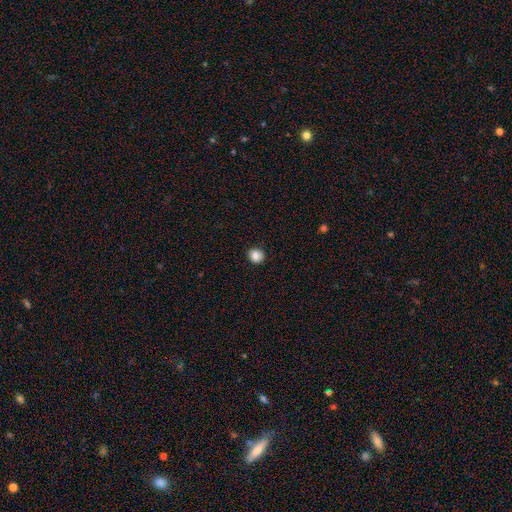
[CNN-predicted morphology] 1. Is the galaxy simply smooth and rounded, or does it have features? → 86% smooth, 10% star or artifact, 4% featured or disk.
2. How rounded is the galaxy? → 81% round, 18% in between, 1% cigar-shaped.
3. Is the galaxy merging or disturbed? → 88% none, 9% minor disturbance, 2% major disturbance, 1% merger.